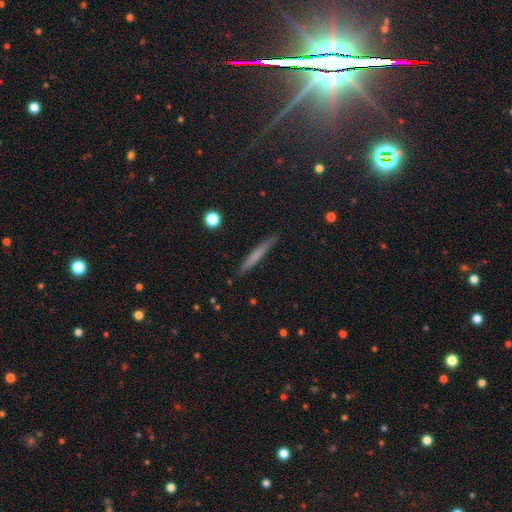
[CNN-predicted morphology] Smooth or featured? smooth (61%)
How rounded? cigar-shaped (96%)
Merging? none (89%)